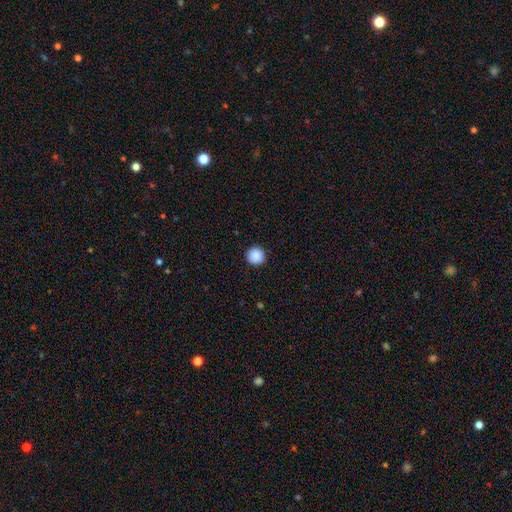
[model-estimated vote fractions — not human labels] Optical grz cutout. It shows a smooth galaxy with no disk features (89%) that is round (96%). Merging: none (92%).